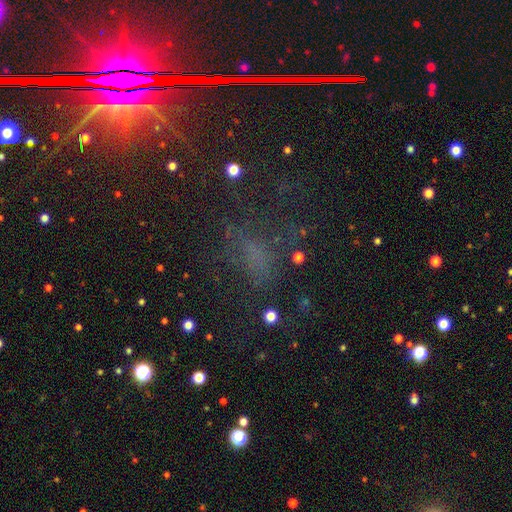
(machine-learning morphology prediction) Smooth or featured? star or artifact (51%)